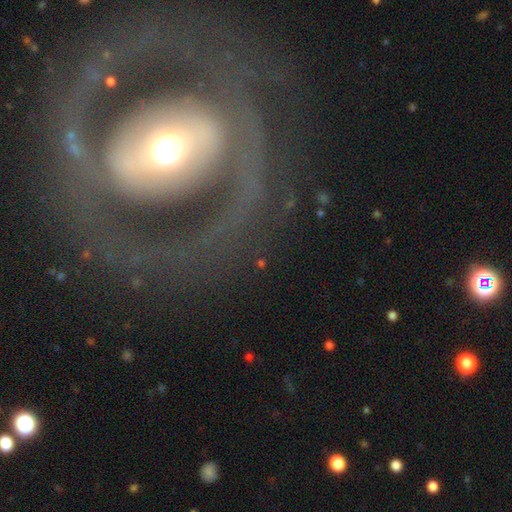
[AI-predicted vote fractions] This is likely a featured or disk galaxy (73%). It is clearly not viewed edge-on (93%). Bar: marginally strong (44%). Spiral arm pattern: possibly yes (56%). Central bulge: possibly moderate (58%). Merging: likely none (71%).